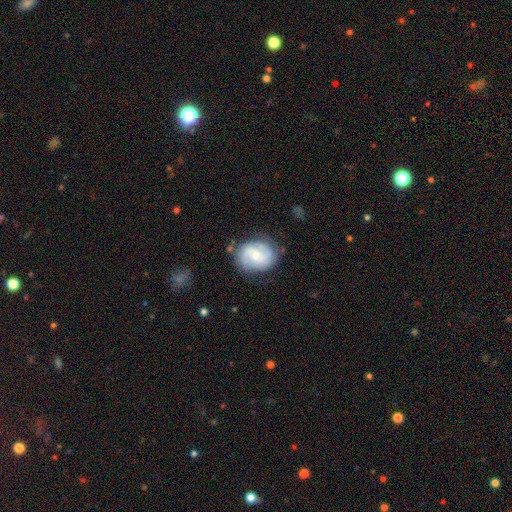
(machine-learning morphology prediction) smooth-or-featured: featured or disk: 69% | smooth: 25% | star or artifact: 6%
  disk-edge-on: no: 98% | yes: 2%
    bar: no: 52% | weak: 42% | strong: 7%
    has-spiral-arms: yes: 92% | no: 8%
      spiral-winding: medium: 44% | tight: 40% | loose: 16%
      spiral-arm-count: 2: 69% | can't tell: 16% | 3: 9% | 1: 3% | 4: 2% | more than 4: 2%
    bulge-size: small: 53% | moderate: 38% | none: 5% | large: 3% | dominant: 1%
  merging: none: 72% | minor disturbance: 19% | major disturbance: 7% | merger: 2%